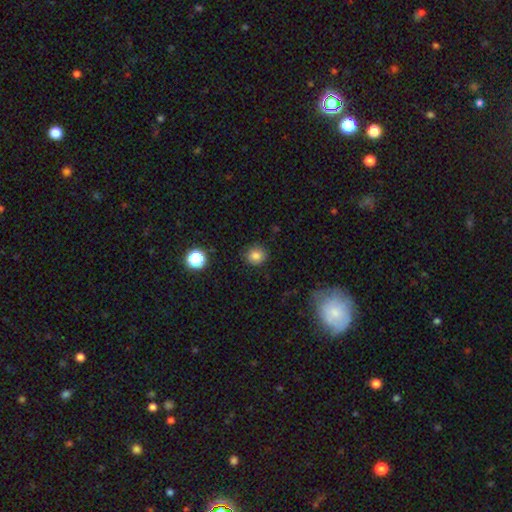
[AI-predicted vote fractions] Morphology: type=smooth (83%); roundness=round (86%); merging=none (87%).